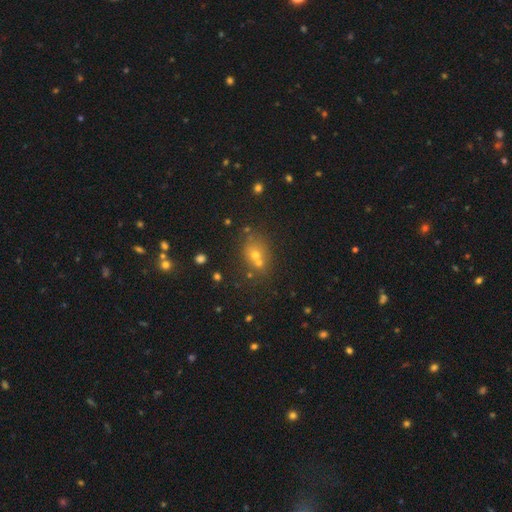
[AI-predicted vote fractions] smooth_or_featured: smooth (p=0.56) [alt: star or artifact p=0.27]
how_rounded: round (p=0.62) [alt: in between p=0.37]
merging: none (p=0.51) [alt: merger p=0.35]